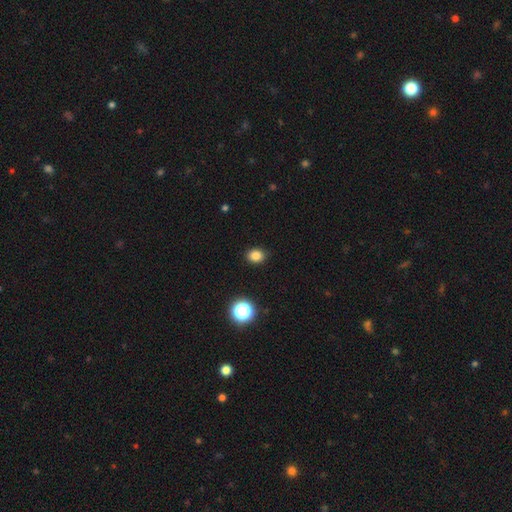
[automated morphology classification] A smooth galaxy with no disk features (82%) that is round (51%).

Vote fractions:
- Smooth or featured? smooth: 82% / star or artifact: 13% / featured or disk: 4%
- How rounded? round: 51% / in between: 48% / cigar-shaped: 1%
- Merging? none: 89% / minor disturbance: 7% / major disturbance: 2% / merger: 1%